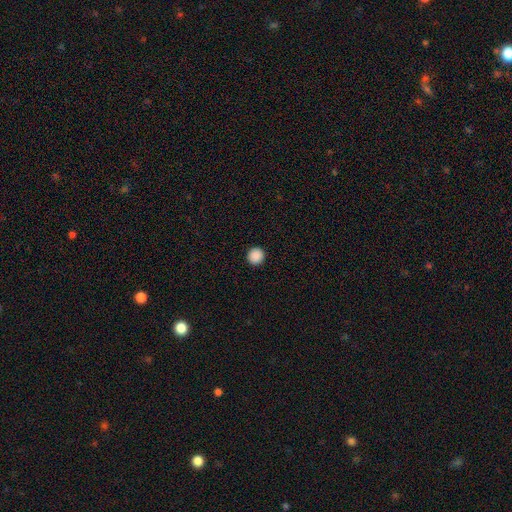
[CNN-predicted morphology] The model was most divided on "smooth or featured": smooth: 89%, star or artifact: 9%, featured or disk: 2%. More confident: how rounded — round (94%); merging — none (94%).